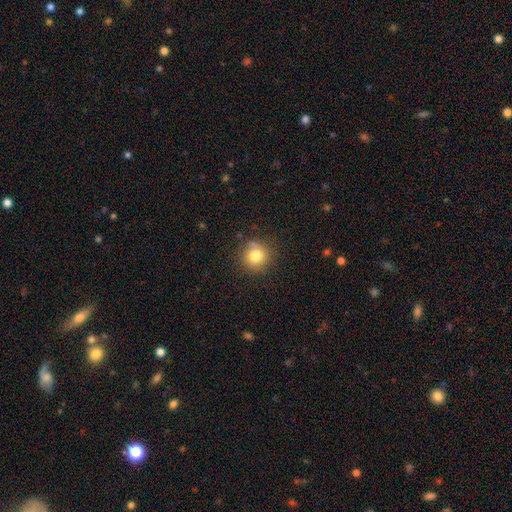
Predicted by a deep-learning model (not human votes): Smooth or featured? smooth (79%)
How rounded? round (92%)
Merging? none (80%)